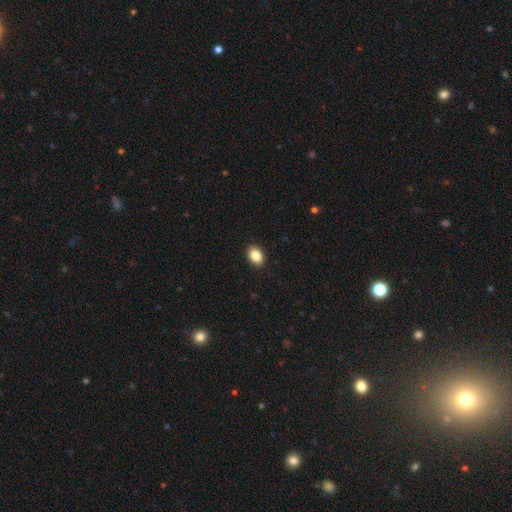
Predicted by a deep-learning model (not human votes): This is clearly a smooth galaxy (86%). How rounded: likely in between (79%). Merging: clearly none (91%).